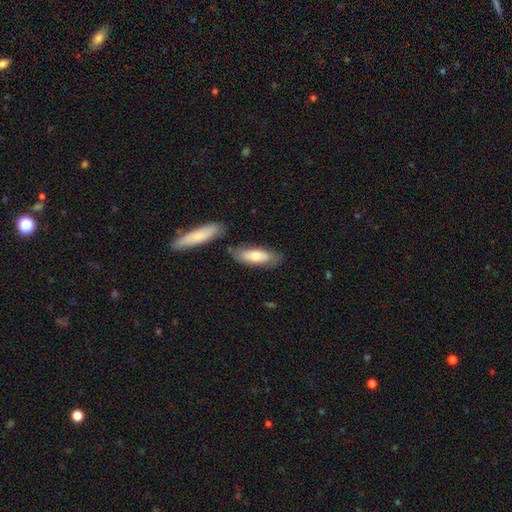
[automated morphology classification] smooth 69%, featured or disk 25%, star or artifact 6%. Down the decision tree: how rounded — in between (66%); merging — none (71%).